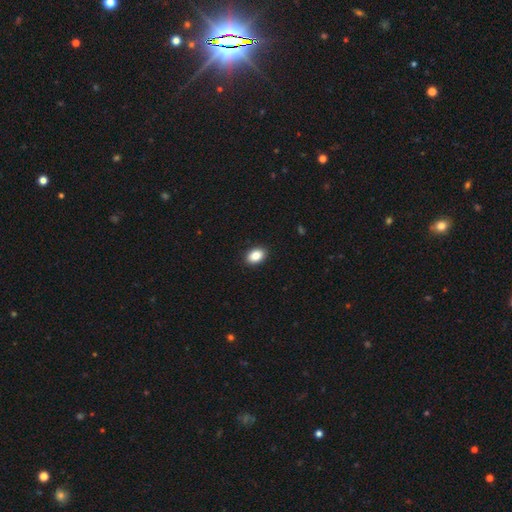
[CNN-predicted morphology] A smooth galaxy with no disk features (86%) that is in between round and cigar-shaped (84%). Merging: none (91%).